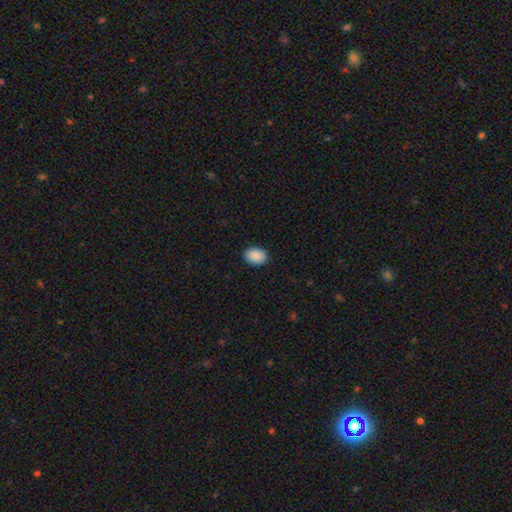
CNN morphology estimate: A smooth galaxy with no disk features (90%) that is in between round and cigar-shaped (78%).

Vote fractions:
- Smooth or featured? smooth: 90% / star or artifact: 7% / featured or disk: 3%
- How rounded? in between: 78% / round: 21% / cigar-shaped: 1%
- Merging? none: 90% / minor disturbance: 7% / major disturbance: 2% / merger: 1%